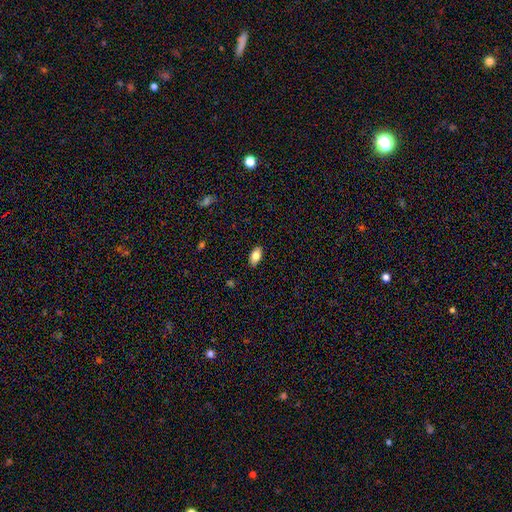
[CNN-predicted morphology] A smooth galaxy with no disk features (81%) that is in between round and cigar-shaped (91%). Merging: none (87%).